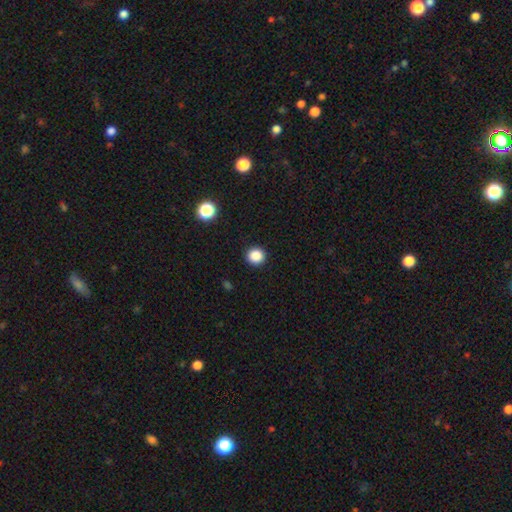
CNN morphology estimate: Smooth or featured? Predicted: smooth (p=0.86). How rounded? Predicted: round (p=0.93). Merging? Predicted: none (p=0.93).